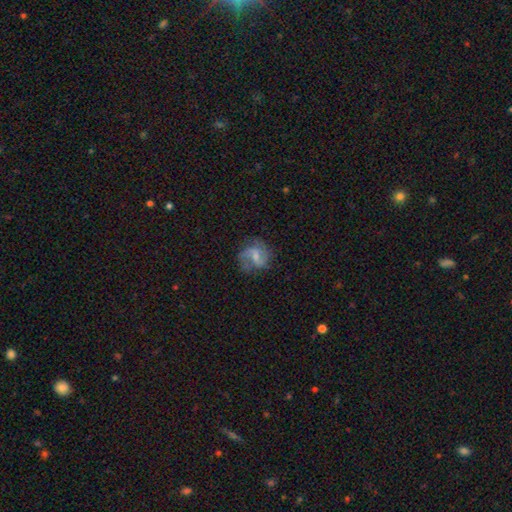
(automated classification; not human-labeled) Smooth or featured: featured or disk — 64% (smooth — 28%)
Edge-on disk: no — 98% (yes — 2%)
Bar: weak — 53% (no — 32%)
Spiral arms: yes — 85% (no — 15%)
Spiral winding: medium — 45% (loose — 38%)
Spiral arm count: 2 — 66% (can't tell — 15%)
Bulge size: small — 50% (moderate — 36%)
Merging: none — 59% (minor disturbance — 23%)